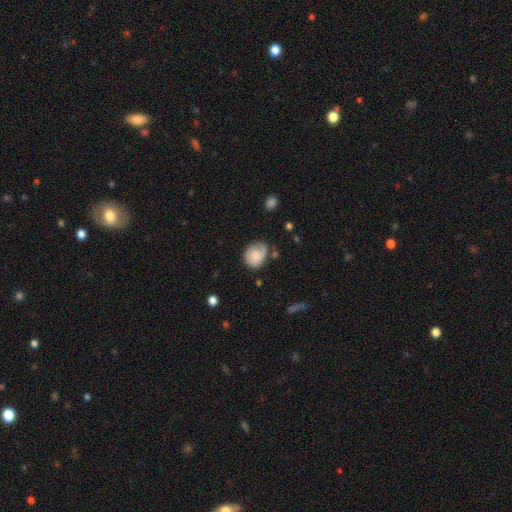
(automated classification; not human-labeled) Overall: smooth (66%; featured or disk 27%). How rounded: round (55%; in between 44%). Merging: none (56%; minor disturbance 30%).